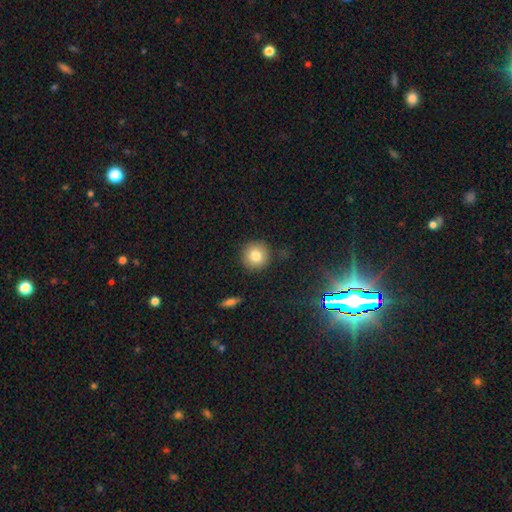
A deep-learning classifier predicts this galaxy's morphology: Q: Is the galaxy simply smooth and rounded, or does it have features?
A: smooth — 80%.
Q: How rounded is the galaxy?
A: round — 93%.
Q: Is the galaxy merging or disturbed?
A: none — 88%.